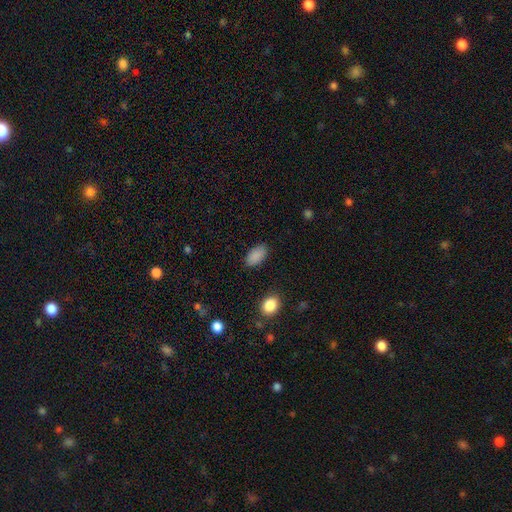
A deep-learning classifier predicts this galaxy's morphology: Q: Smooth or featured?
A: smooth (88%); runner-up: star or artifact (8%)
Q: How rounded?
A: in between (94%); runner-up: round (4%)
Q: Merging?
A: none (85%); runner-up: minor disturbance (11%)